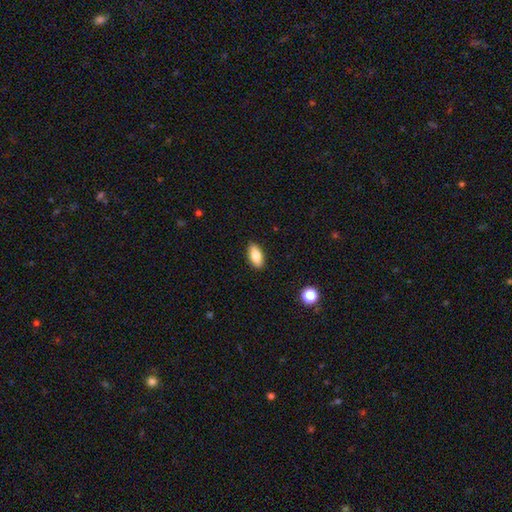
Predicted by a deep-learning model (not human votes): Morphology: type=smooth (79%); roundness=in between (86%); merging=none (89%).